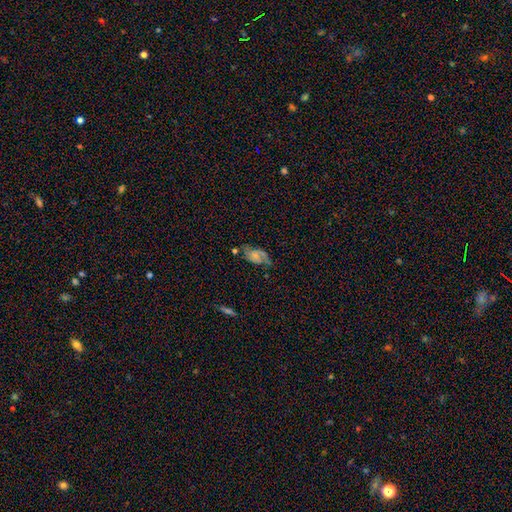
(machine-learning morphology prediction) The model was most divided on "smooth or featured": featured or disk: 54%, smooth: 35%, star or artifact: 11%. Remaining: edge-on disk — no (95%); spiral arms — yes (83%); bar — no (62%); merging — none (52%); bulge size — small (49%).